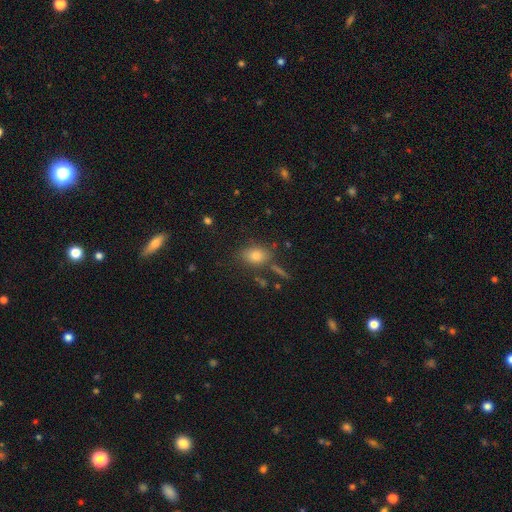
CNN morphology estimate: smooth_or_featured: smooth (p=0.78) [alt: star or artifact p=0.12]
how_rounded: in between (p=0.73) [alt: round p=0.25]
merging: none (p=0.74) [alt: minor disturbance p=0.14]